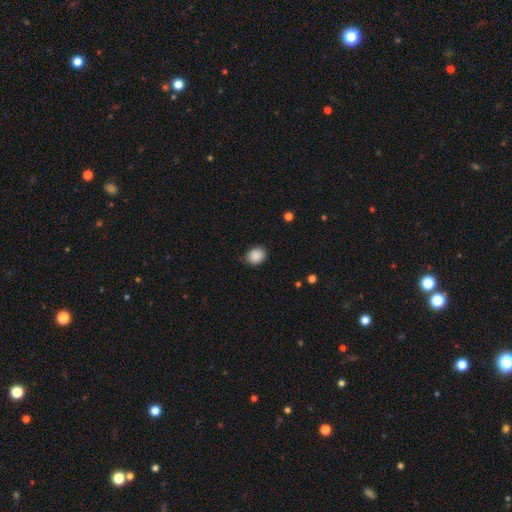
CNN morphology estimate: Q: Smooth or featured?
A: smooth (88%); runner-up: star or artifact (8%)
Q: How rounded?
A: round (51%); runner-up: in between (48%)
Q: Merging?
A: none (81%); runner-up: minor disturbance (15%)